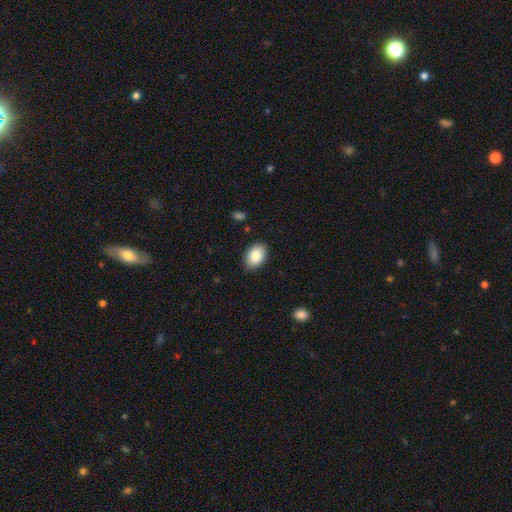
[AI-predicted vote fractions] Q: Smooth or featured?
A: smooth (85%); runner-up: featured or disk (8%)
Q: How rounded?
A: in between (87%); runner-up: round (12%)
Q: Merging?
A: none (86%); runner-up: minor disturbance (10%)